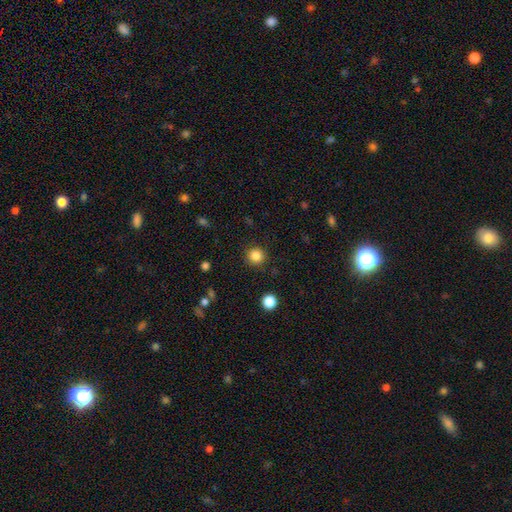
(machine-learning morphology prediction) Overall: smooth (84%). How rounded: round (94%). Merging: none (90%).